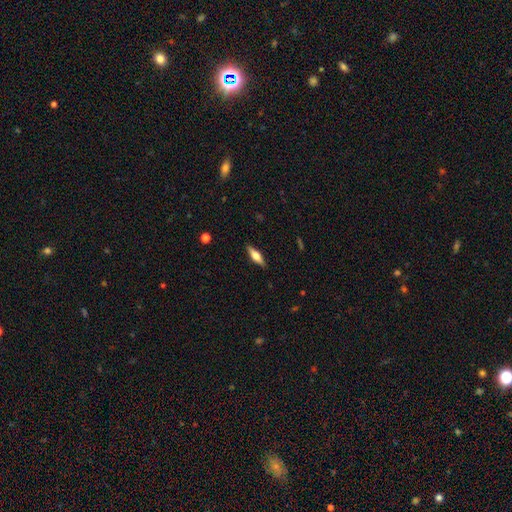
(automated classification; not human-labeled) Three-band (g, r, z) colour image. It shows a featured or disk galaxy (52%) viewed edge-on (94%). Merging: none (89%).